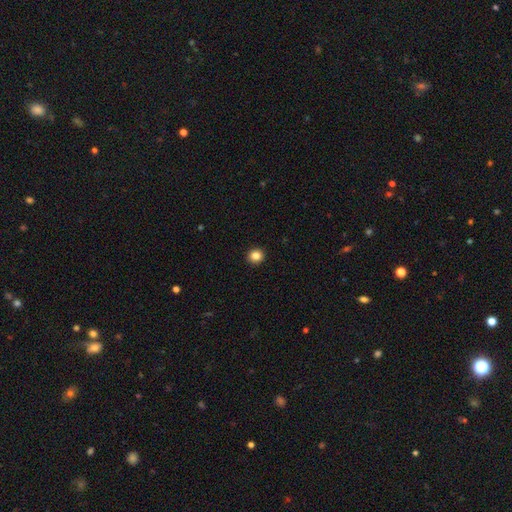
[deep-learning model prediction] A smooth galaxy with no disk features (84%) that is round (89%).

Vote fractions:
- Smooth or featured? smooth: 84% / star or artifact: 11% / featured or disk: 5%
- How rounded? round: 89% / in between: 10% / cigar-shaped: 1%
- Merging? none: 93% / minor disturbance: 4% / major disturbance: 1% / merger: 1%